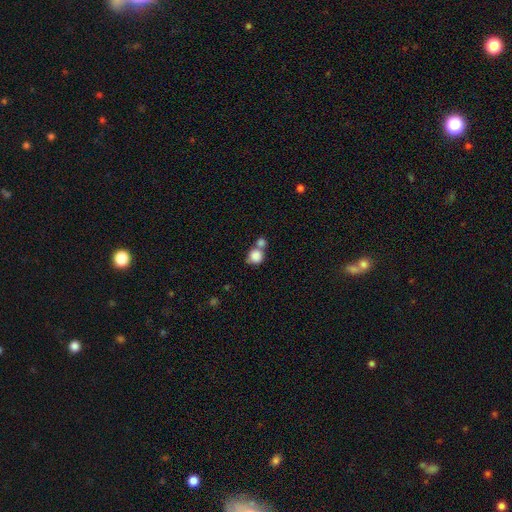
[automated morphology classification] smooth_or_featured: smooth (p=0.84) [alt: star or artifact p=0.09]
how_rounded: round (p=0.83) [alt: in between p=0.16]
merging: merger (p=0.49) [alt: none p=0.37]